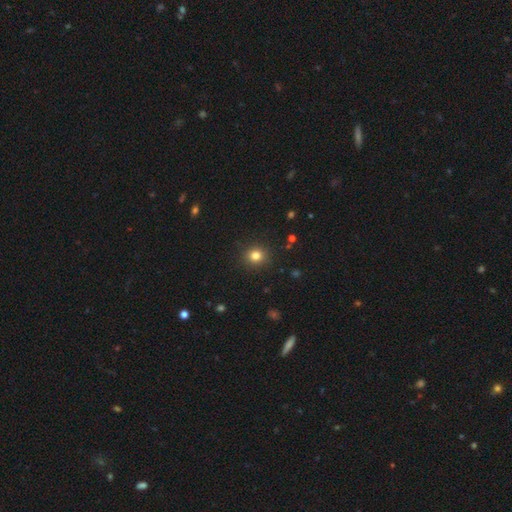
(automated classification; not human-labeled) Morphology: type=smooth (81%); roundness=round (90%); merging=none (91%).